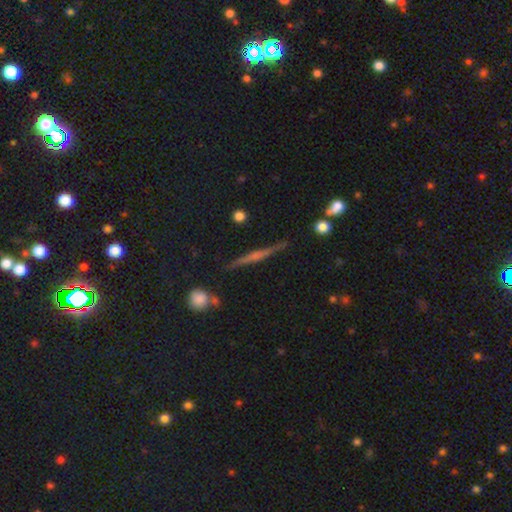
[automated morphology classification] Q: Smooth or featured?
A: featured or disk (67%); runner-up: smooth (22%)
Q: Edge-on disk?
A: yes (97%); runner-up: no (3%)
Q: Edge-on bulge?
A: rounded (49%); runner-up: none (32%)
Q: Merging?
A: none (85%); runner-up: minor disturbance (10%)